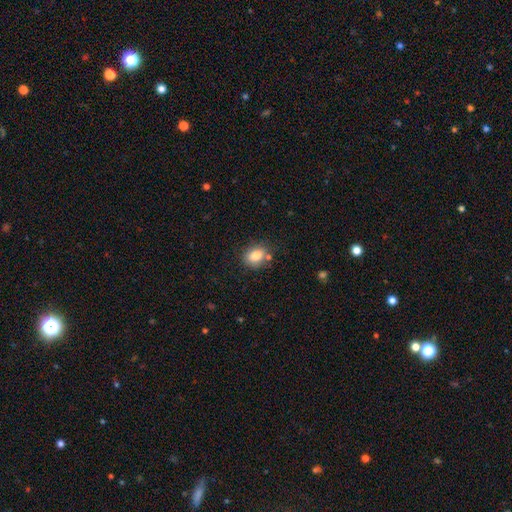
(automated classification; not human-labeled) Morphology: type=smooth (83%); roundness=in between (64%); merging=none (74%).